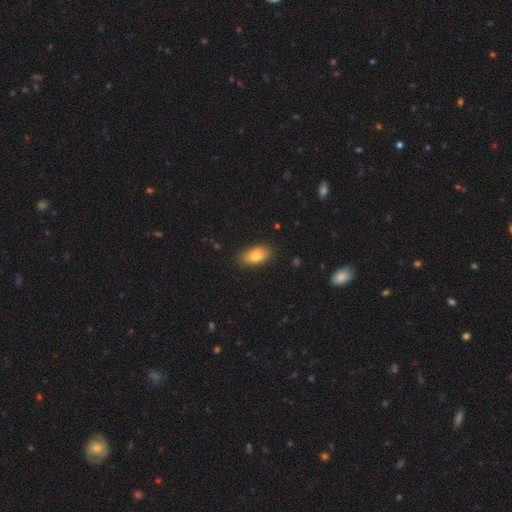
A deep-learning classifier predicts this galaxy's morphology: Smooth or featured? smooth (78%)
How rounded? in between (90%)
Merging? none (85%)